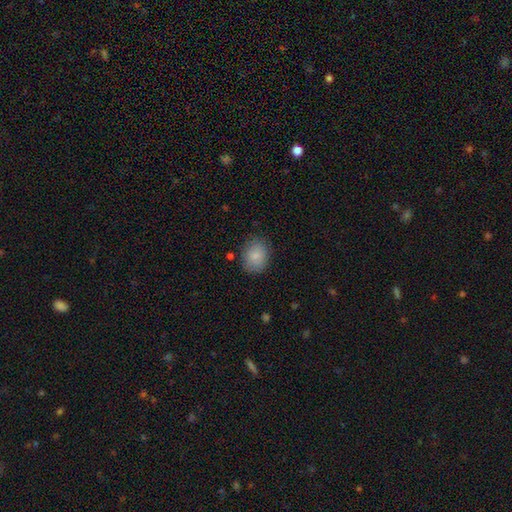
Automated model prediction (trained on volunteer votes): A smooth galaxy with no disk features (86%) that is round (51%). Merging: none (81%).